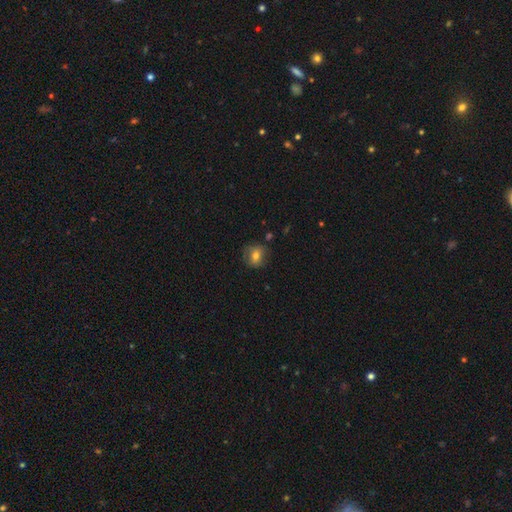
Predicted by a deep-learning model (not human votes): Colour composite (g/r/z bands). It shows a smooth galaxy with no disk features (66%) that is round (63%). Merging: none (69%).